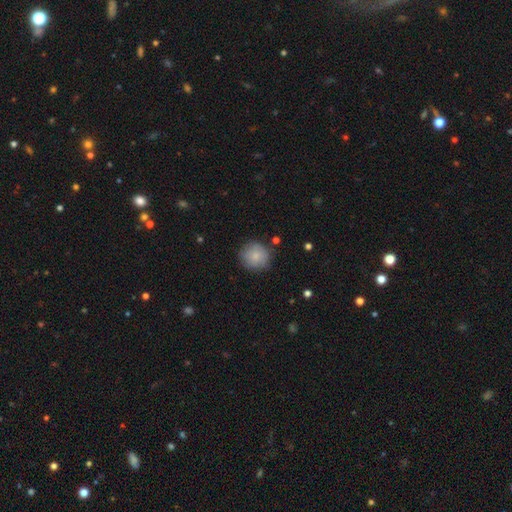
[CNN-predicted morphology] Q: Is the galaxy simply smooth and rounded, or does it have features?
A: smooth — 82%.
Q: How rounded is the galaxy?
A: round — 91%.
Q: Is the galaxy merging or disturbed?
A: none — 82%.